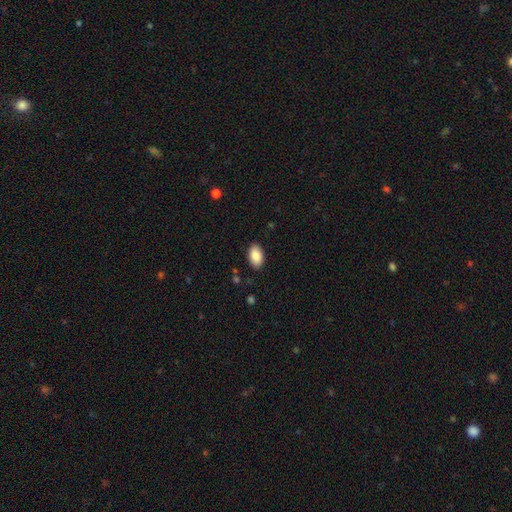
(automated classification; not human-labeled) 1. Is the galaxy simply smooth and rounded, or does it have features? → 87% smooth, 7% star or artifact, 6% featured or disk.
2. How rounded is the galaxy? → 94% in between, 5% round, 1% cigar-shaped.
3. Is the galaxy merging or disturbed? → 88% none, 9% minor disturbance, 2% major disturbance, 1% merger.